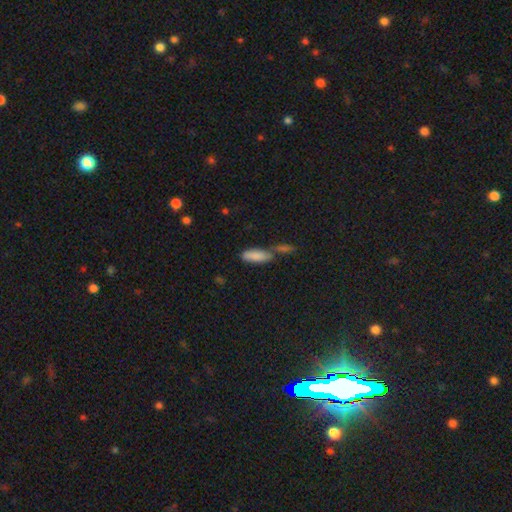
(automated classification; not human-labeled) Smooth or featured?
  - smooth: 83% *
  - featured or disk: 9%
  - star or artifact: 8%
How rounded?
  - in between: 61% *
  - cigar-shaped: 37%
  - round: 2%
Merging?
  - merger: 46% *
  - none: 34%
  - minor disturbance: 13%
  - major disturbance: 6%